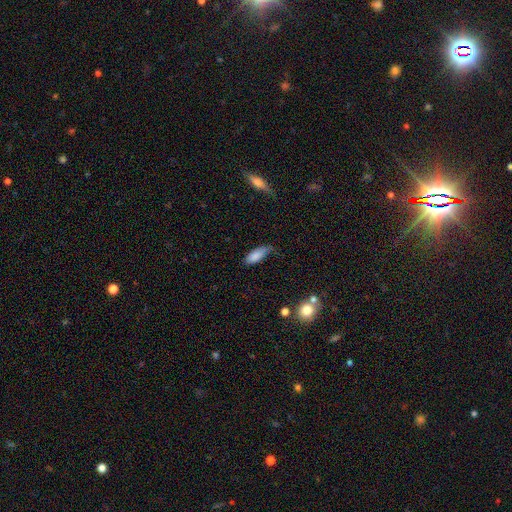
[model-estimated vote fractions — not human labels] smooth 82%, featured or disk 11%, star or artifact 7%. Down the decision tree: how rounded — in between (76%); merging — none (41%, tied with minor disturbance).